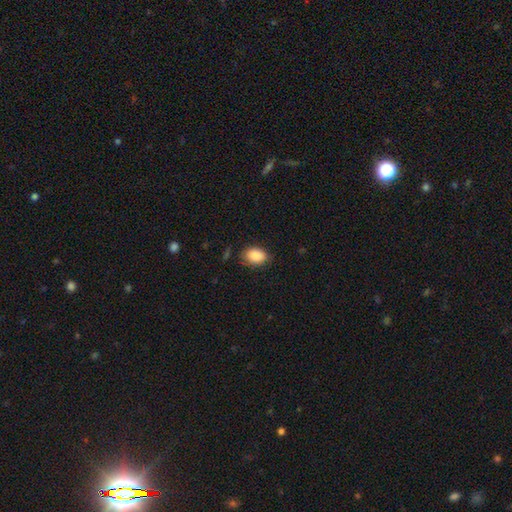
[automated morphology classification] A smooth galaxy with no disk features (89%) that is in between round and cigar-shaped (82%). Merging: none (77%).